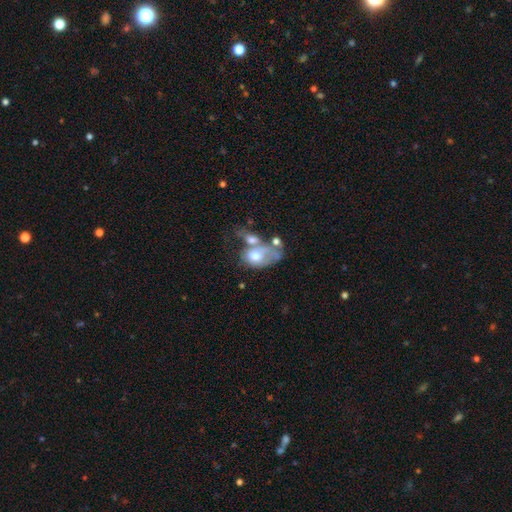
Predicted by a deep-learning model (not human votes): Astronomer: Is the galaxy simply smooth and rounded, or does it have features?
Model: smooth — 52% (runner-up: featured or disk, 39%).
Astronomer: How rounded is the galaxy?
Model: in between — 80%.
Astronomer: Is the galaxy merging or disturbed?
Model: merger — 54%.